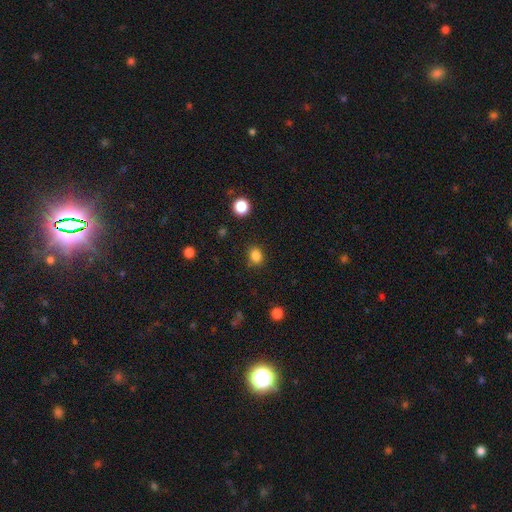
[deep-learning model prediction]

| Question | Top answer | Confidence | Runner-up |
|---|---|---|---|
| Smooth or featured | smooth | 84% | star or artifact (12%) |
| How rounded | round | 58% | in between (41%) |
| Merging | none | 84% | minor disturbance (11%) |